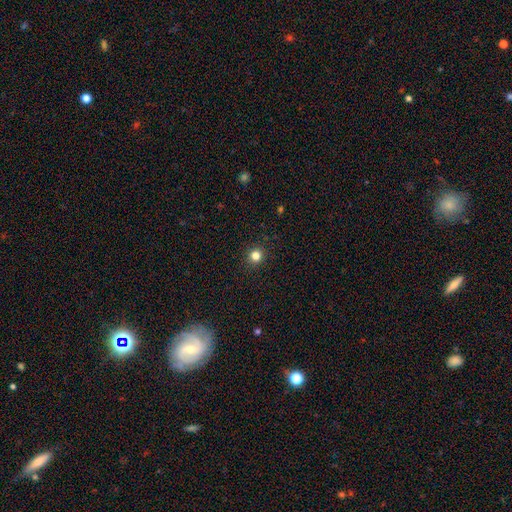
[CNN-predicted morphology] Smooth or featured: smooth — 82% (star or artifact — 13%)
How rounded: round — 92% (in between — 7%)
Merging: none — 92% (minor disturbance — 5%)